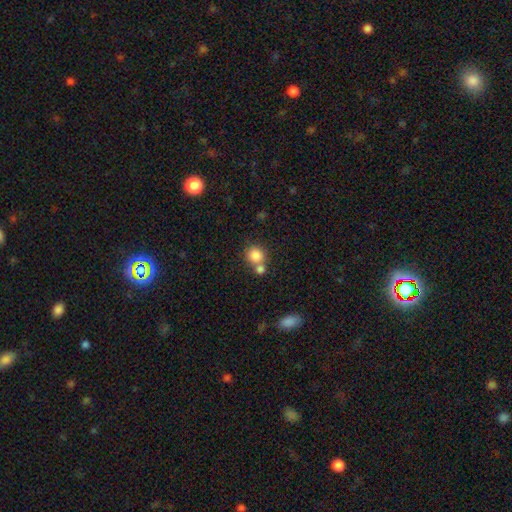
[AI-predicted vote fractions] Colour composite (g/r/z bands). It shows a smooth galaxy with no disk features (84%) that is round (84%). Merging: none (53%).